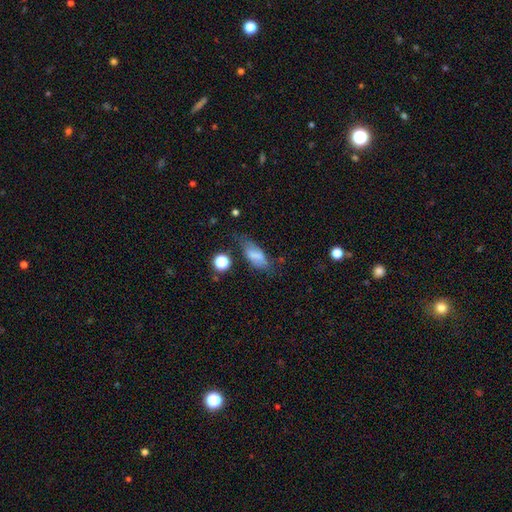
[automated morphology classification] This appears to be a smooth galaxy with no disk features (65%) that is in between round and cigar-shaped (77%). Merging: none (49%).